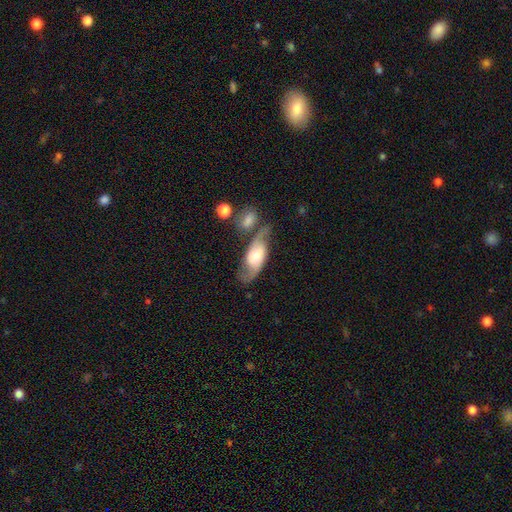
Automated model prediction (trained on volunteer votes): Smooth or featured? Predicted: featured or disk (p=0.68). Edge-on disk? Predicted: no (p=0.90). Bar? Predicted: weak (p=0.41). Spiral arms? Predicted: yes (p=0.90). Spiral winding? Predicted: loose (p=0.45). Spiral arm count? Predicted: 2 (p=0.87). Bulge size? Predicted: moderate (p=0.40). Merging? Predicted: none (p=0.53).